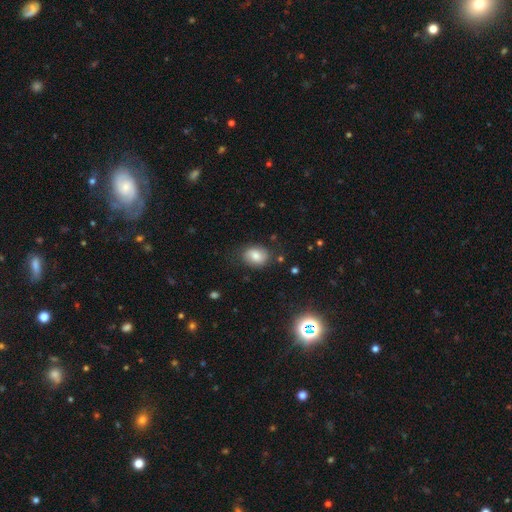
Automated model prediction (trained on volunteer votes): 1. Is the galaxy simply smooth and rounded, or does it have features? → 76% smooth, 14% featured or disk, 10% star or artifact.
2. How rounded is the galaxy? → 59% in between, 40% round, 1% cigar-shaped.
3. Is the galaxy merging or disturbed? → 78% none, 16% minor disturbance, 5% major disturbance, 2% merger.